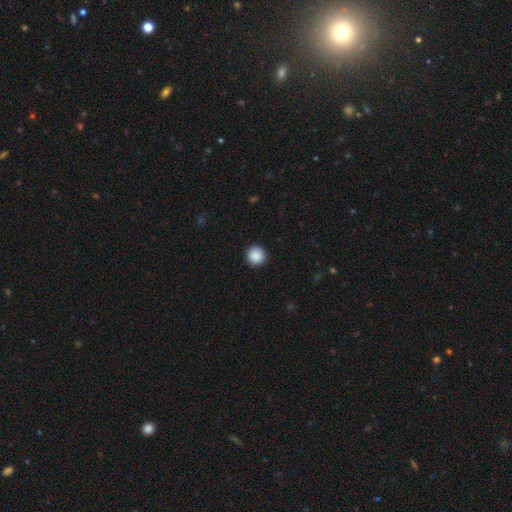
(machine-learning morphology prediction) Smooth or featured: smooth — 89% (star or artifact — 8%)
How rounded: round — 96% (in between — 3%)
Merging: none — 93% (minor disturbance — 4%)